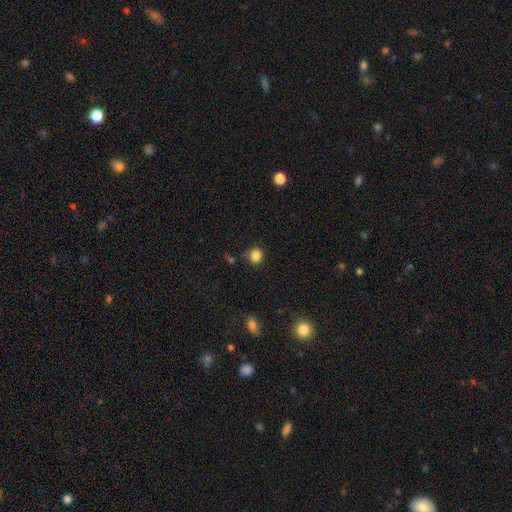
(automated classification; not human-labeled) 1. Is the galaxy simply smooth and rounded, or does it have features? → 84% smooth, 12% star or artifact, 4% featured or disk.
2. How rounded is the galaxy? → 82% round, 17% in between, 1% cigar-shaped.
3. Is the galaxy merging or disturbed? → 81% none, 12% minor disturbance, 4% merger, 3% major disturbance.